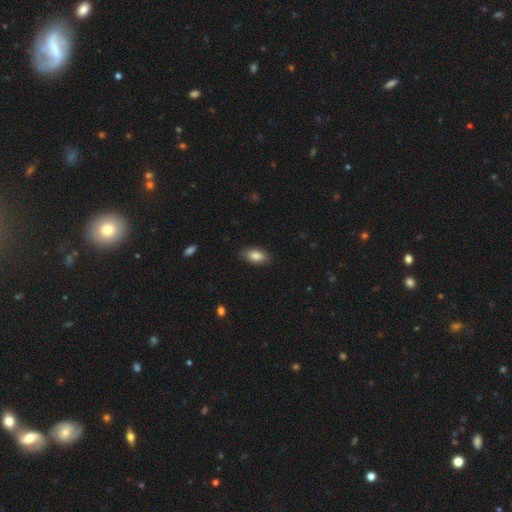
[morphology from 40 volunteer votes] smooth_or_featured: smooth (p=0.82) [alt: star or artifact p=0.10]
how_rounded: in between (p=0.94) [alt: round p=0.03]
merging: none (p=0.89) [alt: minor disturbance p=0.08]